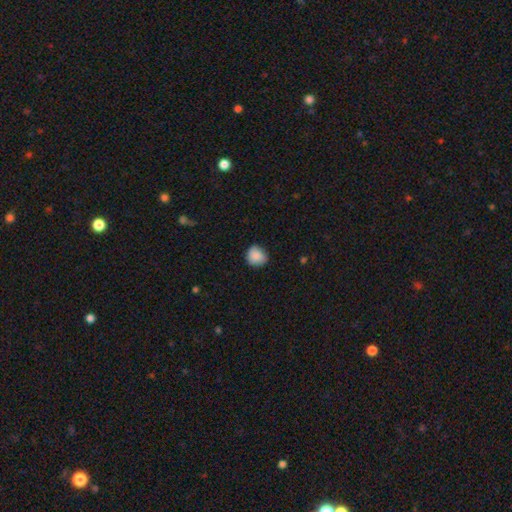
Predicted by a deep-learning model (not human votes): smooth 87%, star or artifact 8%, featured or disk 5%. Down the decision tree: how rounded — round (82%); merging — none (78%).